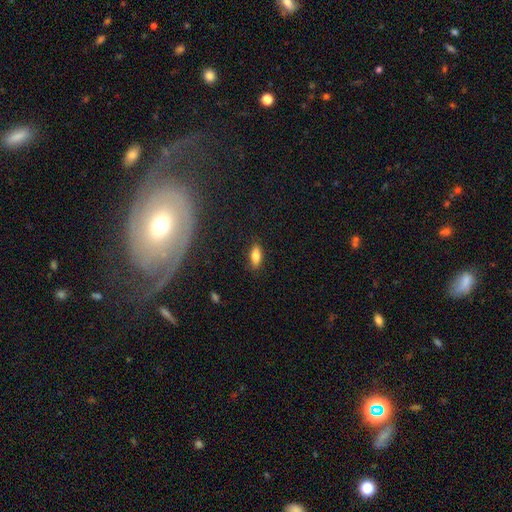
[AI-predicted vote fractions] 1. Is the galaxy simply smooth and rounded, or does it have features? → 81% smooth, 10% featured or disk, 9% star or artifact.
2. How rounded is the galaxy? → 80% in between, 17% cigar-shaped, 3% round.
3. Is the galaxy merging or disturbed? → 85% none, 11% minor disturbance, 3% major disturbance, 1% merger.